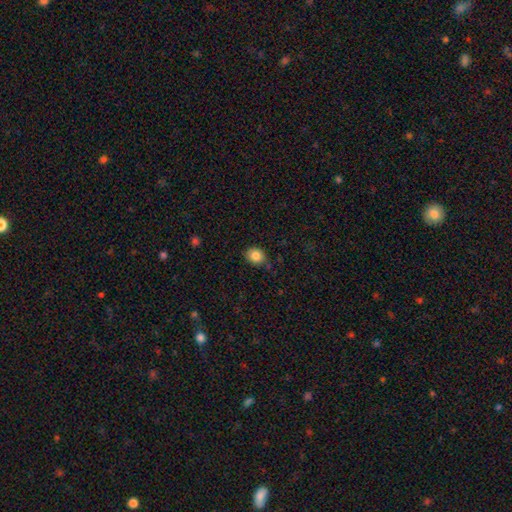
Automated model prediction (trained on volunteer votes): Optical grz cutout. It shows a smooth galaxy with no disk features (85%) that is round (63%). Merging: none (82%).